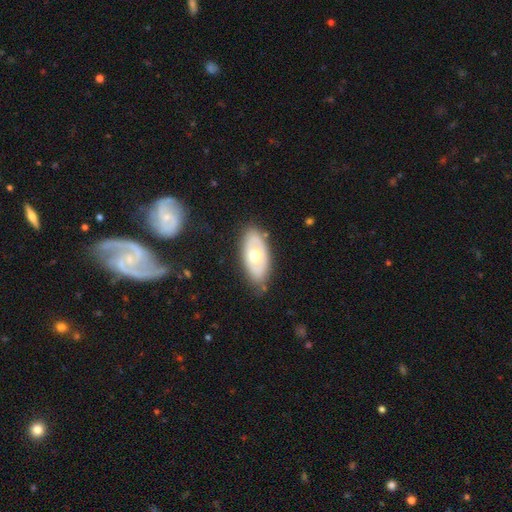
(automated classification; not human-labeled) smooth-or-featured: featured or disk: 53% | smooth: 42% | star or artifact: 5%
  disk-edge-on: no: 85% | yes: 15%
  merging: none: 79% | minor disturbance: 15% | major disturbance: 4% | merger: 2%